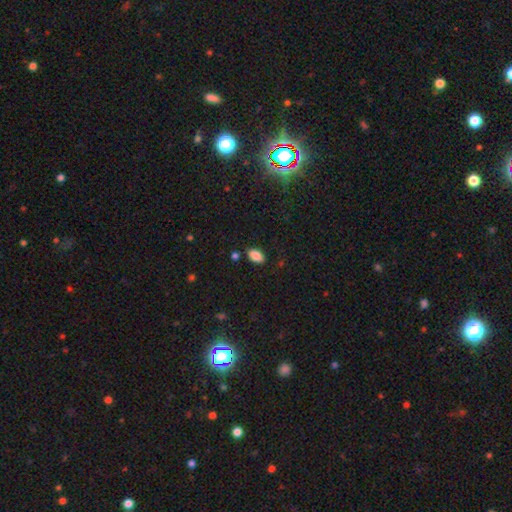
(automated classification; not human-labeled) Morphology: type=smooth (87%); roundness=in between (92%); merging=none (85%).